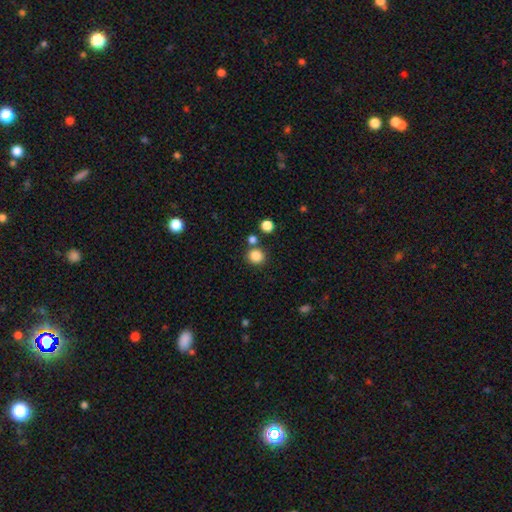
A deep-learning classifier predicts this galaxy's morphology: type=smooth (84%); roundness=round (89%); merging=none (77%).